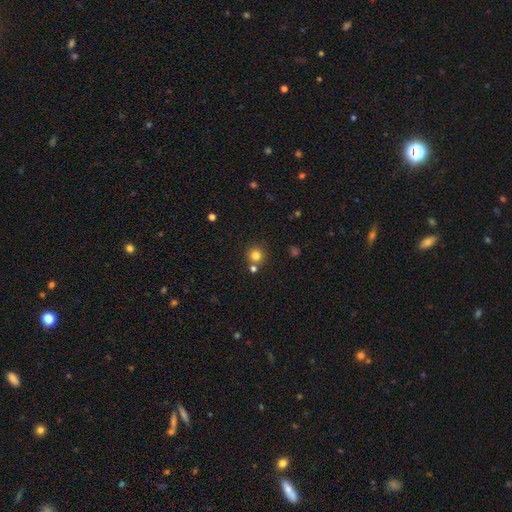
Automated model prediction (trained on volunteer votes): Overall: smooth (80%). How rounded: round (93%). Merging: none (74%).